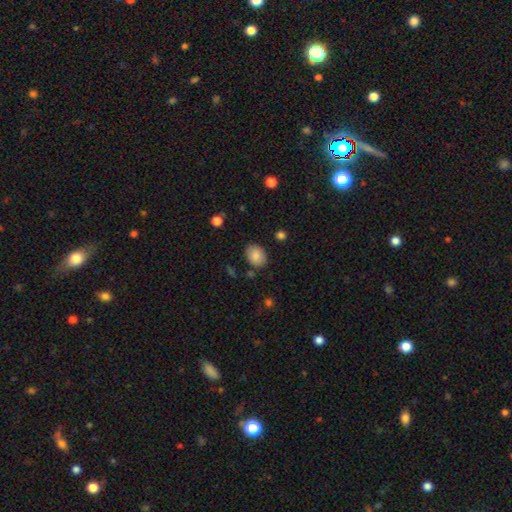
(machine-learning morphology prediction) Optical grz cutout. It shows a smooth galaxy with no disk features (87%) that is in between round and cigar-shaped (69%). Merging: none (82%).